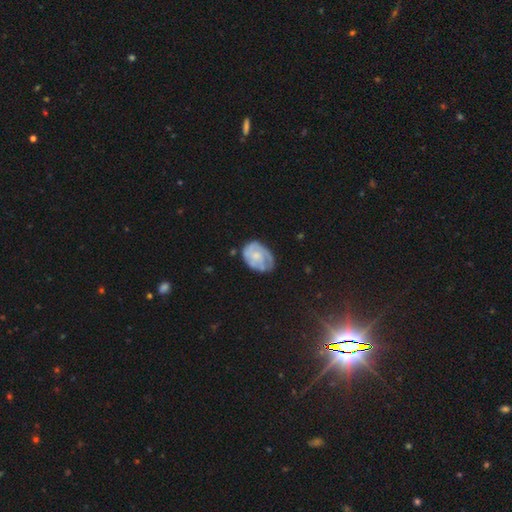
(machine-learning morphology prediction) type=featured or disk (59%); edge-on=no (97%); bar=no (76%); spiral arms=yes (76%); bulge=small (43%); merging=none (57%).